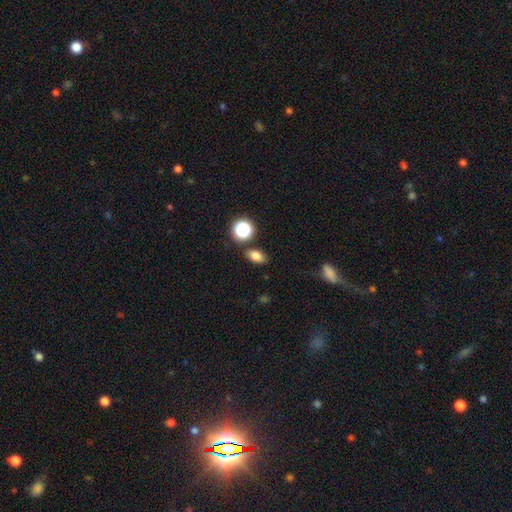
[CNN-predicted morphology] type=smooth (79%); roundness=in between (82%); merging=none (82%).